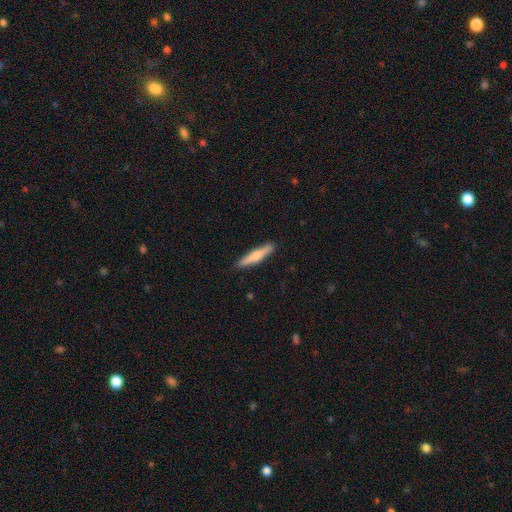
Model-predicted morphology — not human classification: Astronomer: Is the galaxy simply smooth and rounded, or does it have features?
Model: smooth — 62%.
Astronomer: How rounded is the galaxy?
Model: cigar-shaped — 89%.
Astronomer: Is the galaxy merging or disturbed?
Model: none — 89%.